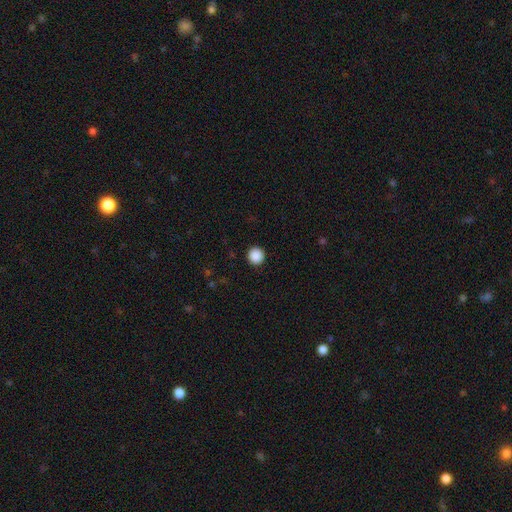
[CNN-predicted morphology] smooth_or_featured: smooth (p=0.88) [alt: star or artifact p=0.09]
how_rounded: round (p=0.95) [alt: in between p=0.04]
merging: none (p=0.93) [alt: minor disturbance p=0.04]